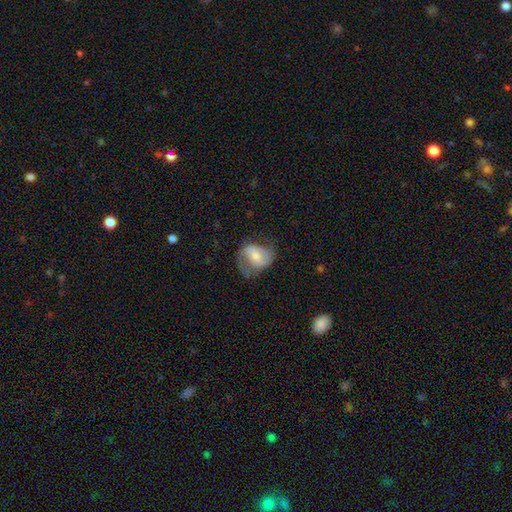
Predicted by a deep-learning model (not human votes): Smooth or featured?
  - featured or disk: 53% *
  - smooth: 40%
  - star or artifact: 7%
Edge-on disk?
  - no: 96% *
  - yes: 4%
Bar?
  - no: 41% *
  - weak: 39%
  - strong: 20%
Spiral arms?
  - yes: 77% *
  - no: 23%
Bulge size?
  - moderate: 55% *
  - small: 33%
  - large: 7%
  - none: 3%
  - dominant: 1%
Merging?
  - none: 48% *
  - minor disturbance: 28%
  - major disturbance: 22%
  - merger: 2%